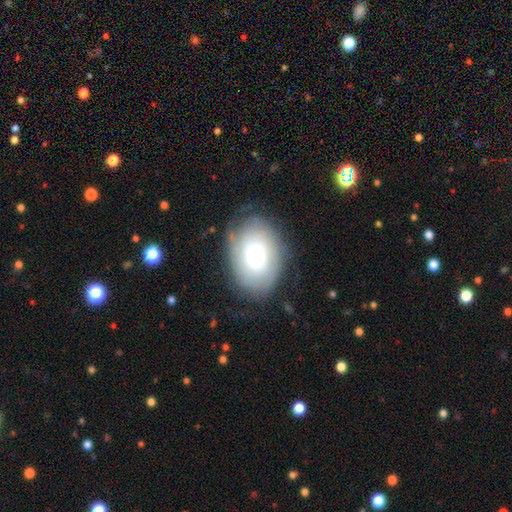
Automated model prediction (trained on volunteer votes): Smooth or featured? Predicted: featured or disk (p=0.46, tied with smooth). Merging? Predicted: none (p=0.69).